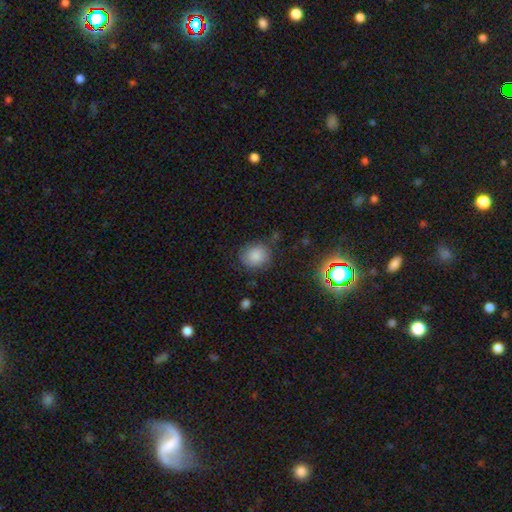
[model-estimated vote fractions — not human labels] A smooth galaxy with no disk features (77%) that is round (72%).

Vote fractions:
- Smooth or featured? smooth: 77% / featured or disk: 11% / star or artifact: 11%
- How rounded? round: 72% / in between: 27% / cigar-shaped: 1%
- Merging? none: 71% / minor disturbance: 20% / major disturbance: 7% / merger: 2%